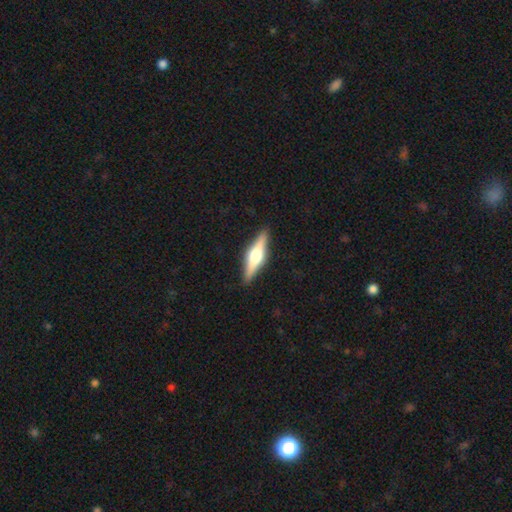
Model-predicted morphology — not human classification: Smooth or featured? Predicted: featured or disk (p=0.67). Edge-on disk? Predicted: yes (p=0.97). Edge-on bulge? Predicted: rounded (p=0.90). Merging? Predicted: none (p=0.90).